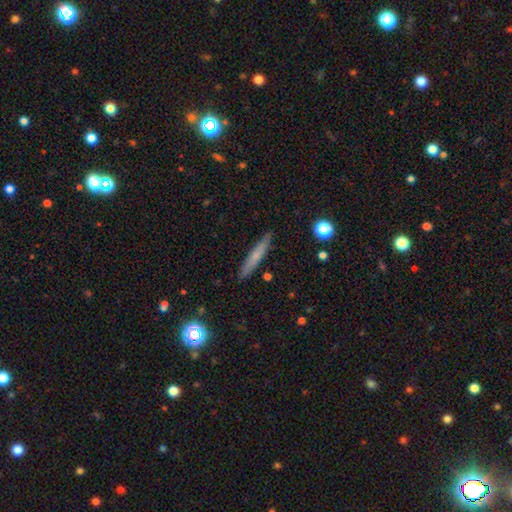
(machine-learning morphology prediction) type=smooth (59%); roundness=cigar-shaped (93%); merging=none (89%).